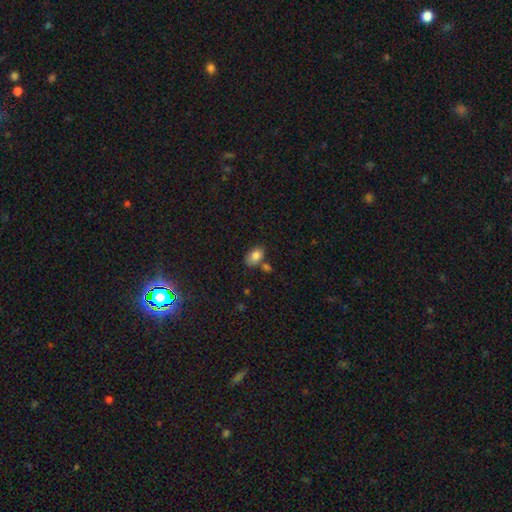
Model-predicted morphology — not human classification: Overall: smooth (82%). How rounded: in between (88%). Merging: none (62%).